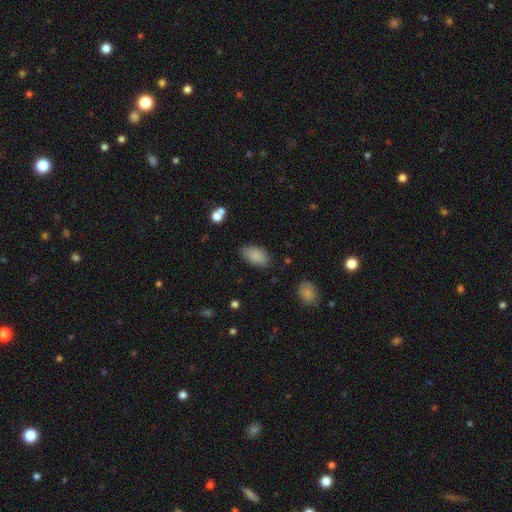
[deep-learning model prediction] Smooth or featured? Predicted: smooth (p=0.87). How rounded? Predicted: in between (p=0.94). Merging? Predicted: none (p=0.81).